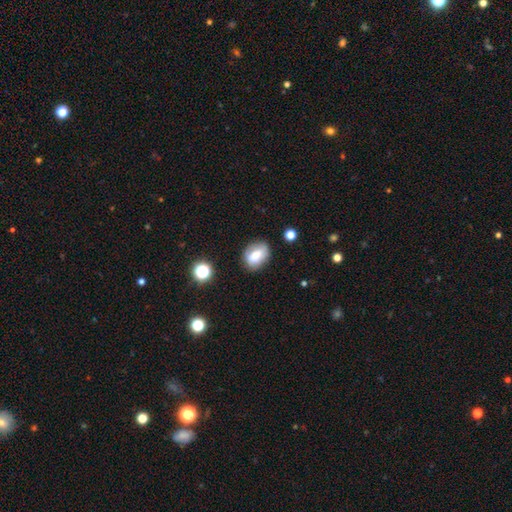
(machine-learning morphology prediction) The model was most divided on "smooth or featured": smooth: 70%, featured or disk: 20%, star or artifact: 10%. More confident: how rounded — in between (75%); merging — none (73%).